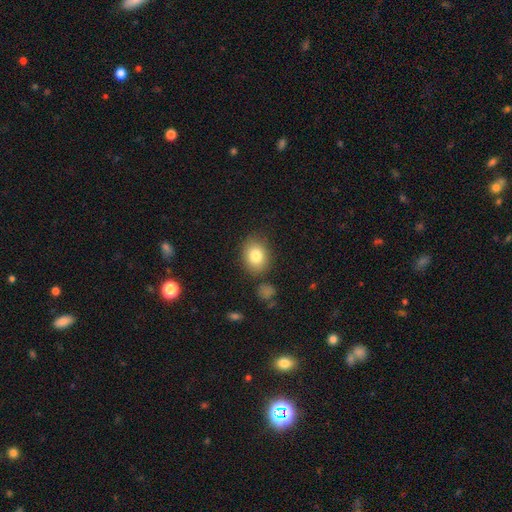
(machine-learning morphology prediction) The model was most divided on "how rounded": in between: 53%, round: 46%, cigar-shaped: 1%. More confident: smooth or featured — smooth (81%); merging — none (80%).